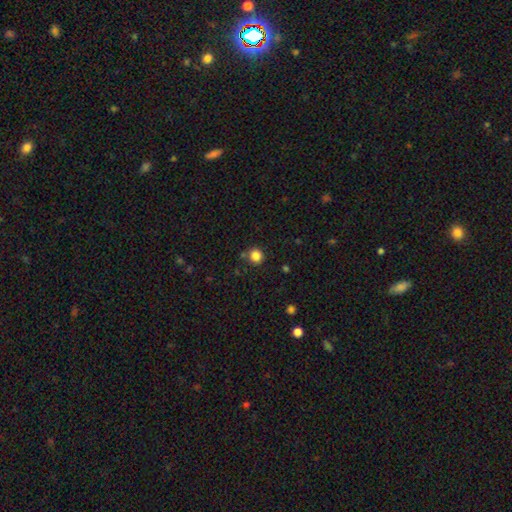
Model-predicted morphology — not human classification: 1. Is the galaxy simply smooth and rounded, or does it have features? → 84% smooth, 12% star or artifact, 4% featured or disk.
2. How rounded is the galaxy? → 89% round, 10% in between, 1% cigar-shaped.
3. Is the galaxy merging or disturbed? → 83% none, 9% minor disturbance, 5% merger, 3% major disturbance.